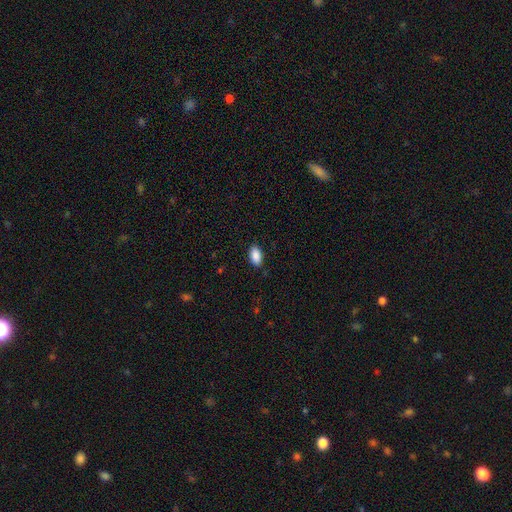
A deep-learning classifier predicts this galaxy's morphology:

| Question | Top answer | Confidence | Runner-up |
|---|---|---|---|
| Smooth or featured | smooth | 89% | star or artifact (7%) |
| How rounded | in between | 94% | round (4%) |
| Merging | none | 88% | minor disturbance (9%) |